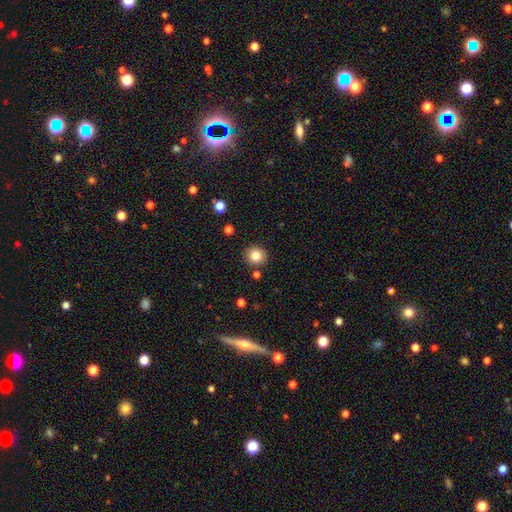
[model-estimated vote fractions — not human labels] Overall: smooth (82%). How rounded: round (88%). Merging: none (88%).